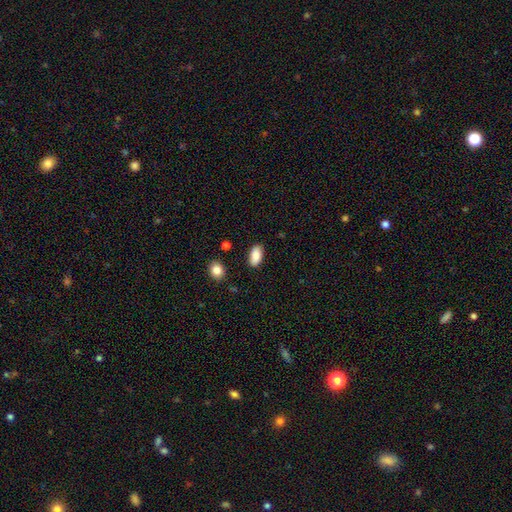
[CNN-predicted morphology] A smooth galaxy with no disk features (88%) that is in between round and cigar-shaped (92%).

Vote fractions:
- Smooth or featured? smooth: 88% / star or artifact: 7% / featured or disk: 5%
- How rounded? in between: 92% / cigar-shaped: 5% / round: 3%
- Merging? none: 86% / minor disturbance: 10% / major disturbance: 2% / merger: 2%